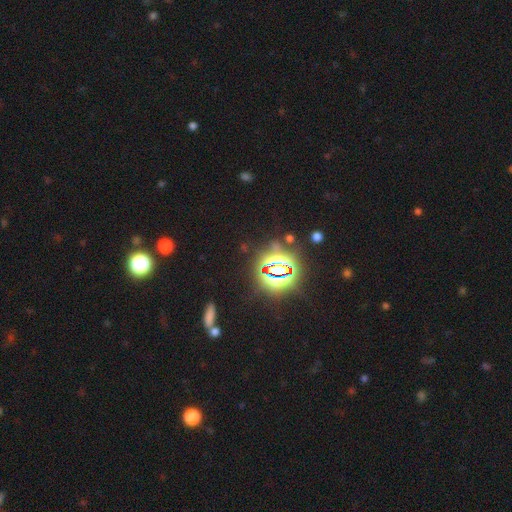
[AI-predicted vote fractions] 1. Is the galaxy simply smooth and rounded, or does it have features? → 86% star or artifact, 9% smooth, 6% featured or disk.